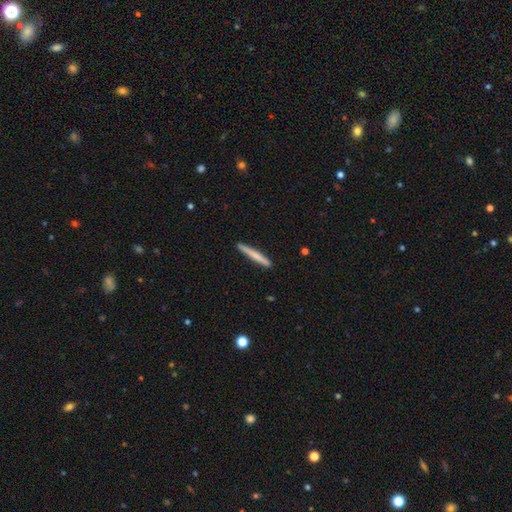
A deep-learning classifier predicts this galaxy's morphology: A smooth galaxy with no disk features (67%) that is cigar-shaped (96%). Merging: none (90%).